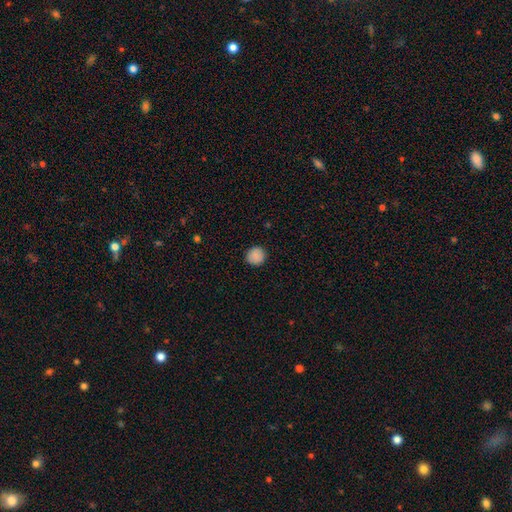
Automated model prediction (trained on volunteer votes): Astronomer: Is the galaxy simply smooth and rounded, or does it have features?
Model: smooth — 88%.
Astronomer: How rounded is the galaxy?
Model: round — 92%.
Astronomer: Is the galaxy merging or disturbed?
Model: none — 91%.